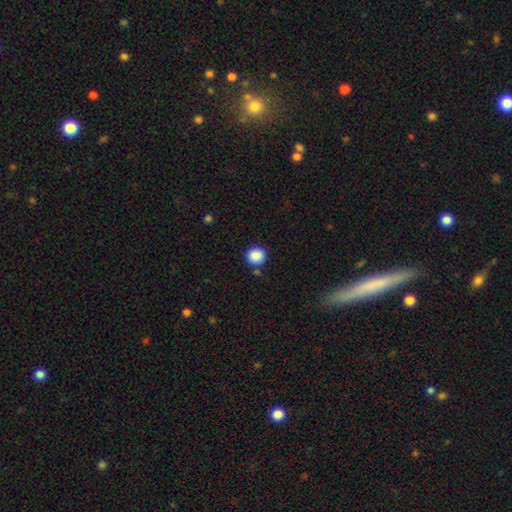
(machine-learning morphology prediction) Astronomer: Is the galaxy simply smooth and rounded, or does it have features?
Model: smooth — 88%.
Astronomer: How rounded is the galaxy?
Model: round — 89%.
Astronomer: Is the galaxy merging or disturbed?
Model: none — 85%.